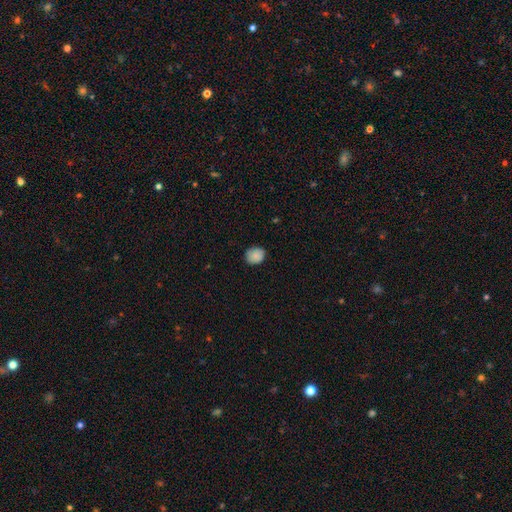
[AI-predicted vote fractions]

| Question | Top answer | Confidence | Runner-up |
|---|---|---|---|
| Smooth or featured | smooth | 85% | star or artifact (8%) |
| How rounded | round | 67% | in between (32%) |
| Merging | none | 81% | minor disturbance (16%) |